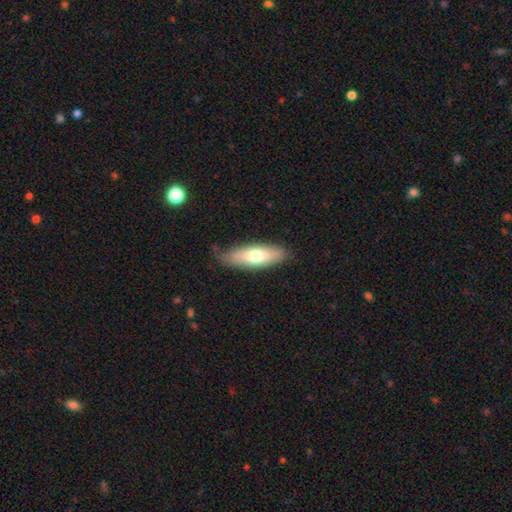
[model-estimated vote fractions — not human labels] Q: Smooth or featured?
A: smooth (64%); runner-up: featured or disk (30%)
Q: How rounded?
A: in between (61%); runner-up: cigar-shaped (36%)
Q: Merging?
A: none (72%); runner-up: minor disturbance (21%)